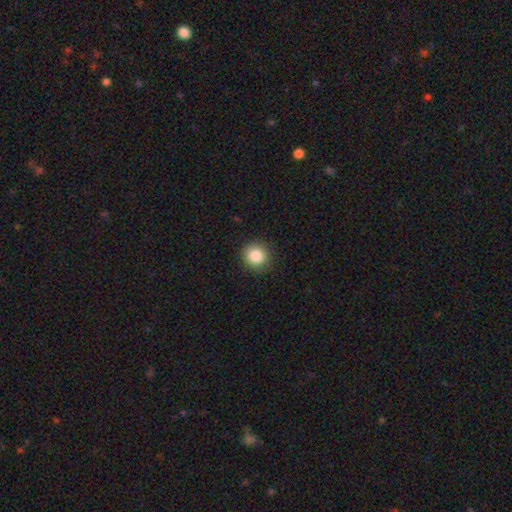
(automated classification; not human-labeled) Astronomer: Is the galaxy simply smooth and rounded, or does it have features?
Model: smooth — 86%.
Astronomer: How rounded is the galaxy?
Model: round — 92%.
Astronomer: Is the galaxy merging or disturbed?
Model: none — 90%.